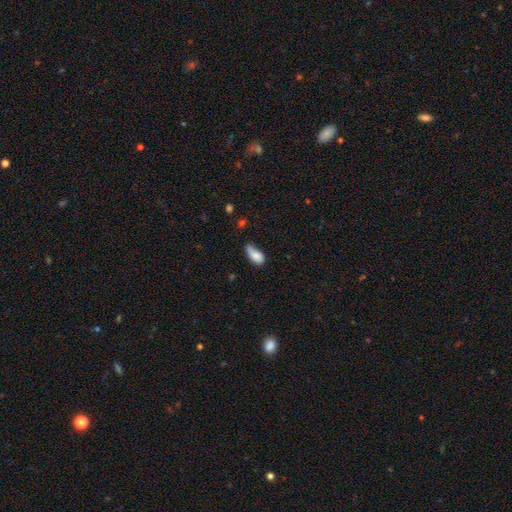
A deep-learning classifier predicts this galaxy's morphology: This appears to be a smooth galaxy with no disk features (81%) that is in between round and cigar-shaped (90%). Merging: minor disturbance (40%, tied with none).